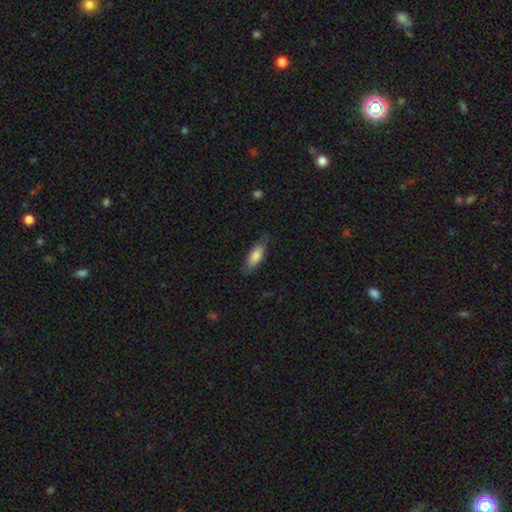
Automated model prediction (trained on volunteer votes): Smooth or featured?
  - smooth: 79% *
  - featured or disk: 14%
  - star or artifact: 6%
How rounded?
  - in between: 67% *
  - cigar-shaped: 31%
  - round: 2%
Merging?
  - none: 75% *
  - minor disturbance: 19%
  - major disturbance: 4%
  - merger: 1%